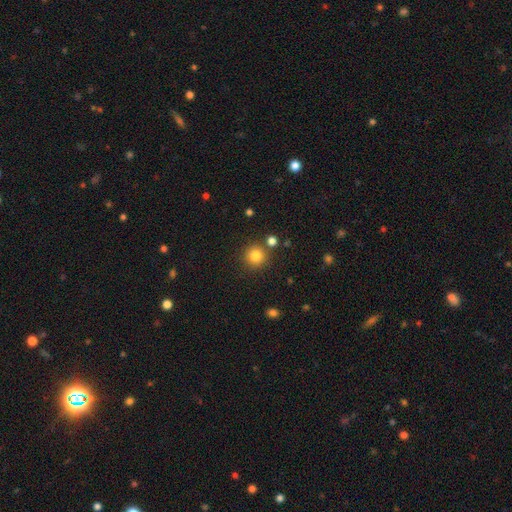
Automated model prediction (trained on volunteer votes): Morphology: type=smooth (82%); roundness=round (94%); merging=none (84%).